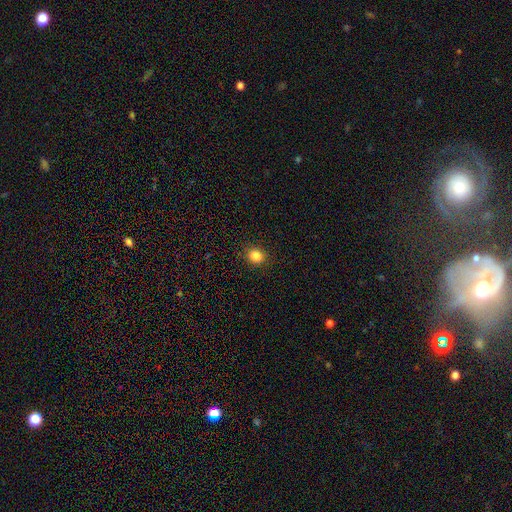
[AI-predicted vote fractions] Smooth or featured?
  - smooth: 84% *
  - star or artifact: 11%
  - featured or disk: 4%
How rounded?
  - round: 81% *
  - in between: 18%
  - cigar-shaped: 1%
Merging?
  - none: 90% *
  - minor disturbance: 7%
  - major disturbance: 2%
  - merger: 1%